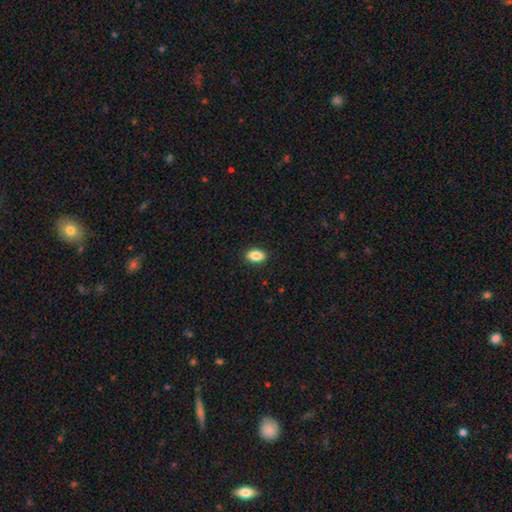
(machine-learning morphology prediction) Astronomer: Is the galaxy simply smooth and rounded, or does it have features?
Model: smooth — 86%.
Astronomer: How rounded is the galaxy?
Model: in between — 89%.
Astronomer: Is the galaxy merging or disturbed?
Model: none — 90%.